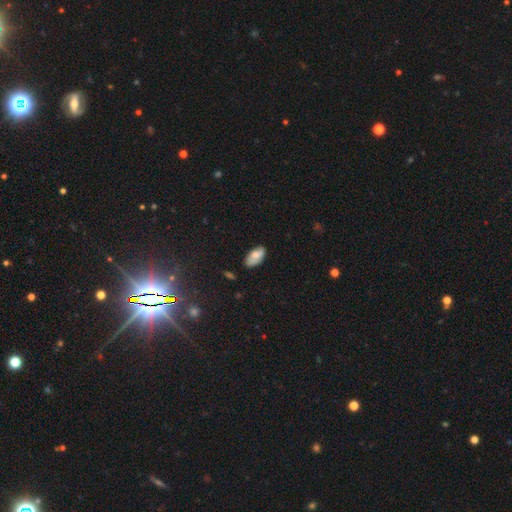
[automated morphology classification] Smooth or featured?
  - smooth: 75% *
  - featured or disk: 18%
  - star or artifact: 8%
How rounded?
  - in between: 94% *
  - cigar-shaped: 3%
  - round: 3%
Merging?
  - none: 71% *
  - minor disturbance: 23%
  - major disturbance: 4%
  - merger: 2%